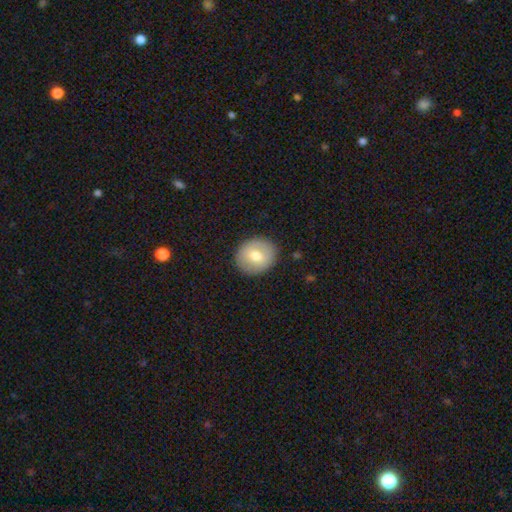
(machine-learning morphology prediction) A smooth galaxy with no disk features (68%) that is round (79%).

Vote fractions:
- Smooth or featured? smooth: 68% / featured or disk: 25% / star or artifact: 7%
- How rounded? round: 79% / in between: 20% / cigar-shaped: 1%
- Merging? none: 88% / minor disturbance: 8% / major disturbance: 2% / merger: 1%